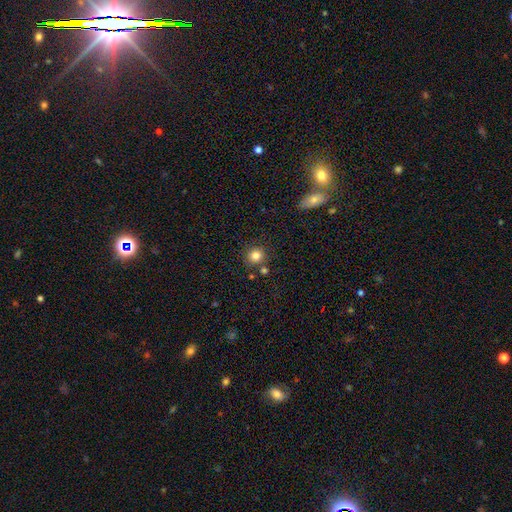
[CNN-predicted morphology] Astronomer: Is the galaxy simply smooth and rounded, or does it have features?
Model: smooth — 83%.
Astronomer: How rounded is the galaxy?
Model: round — 89%.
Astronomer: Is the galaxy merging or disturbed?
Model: none — 78%.